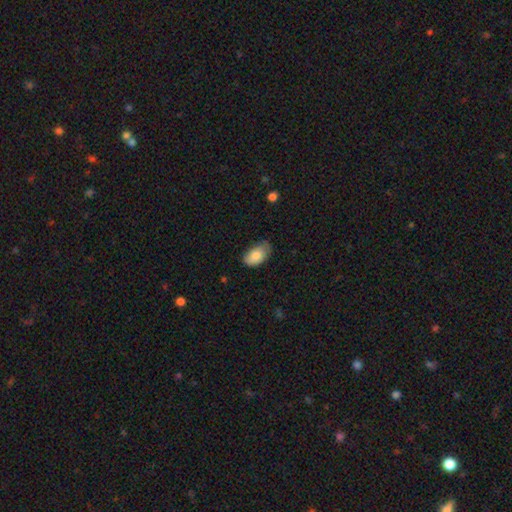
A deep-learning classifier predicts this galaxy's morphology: Smooth or featured? smooth (82%)
How rounded? in between (93%)
Merging? none (60%)